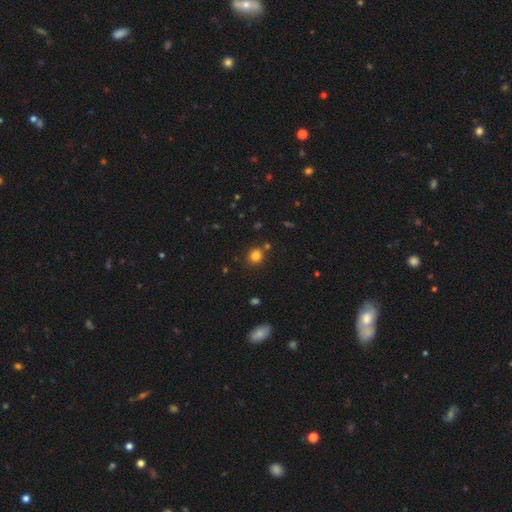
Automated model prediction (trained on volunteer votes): smooth 81%, star or artifact 14%, featured or disk 5%. Down the decision tree: how rounded — round (81%); merging — none (78%).